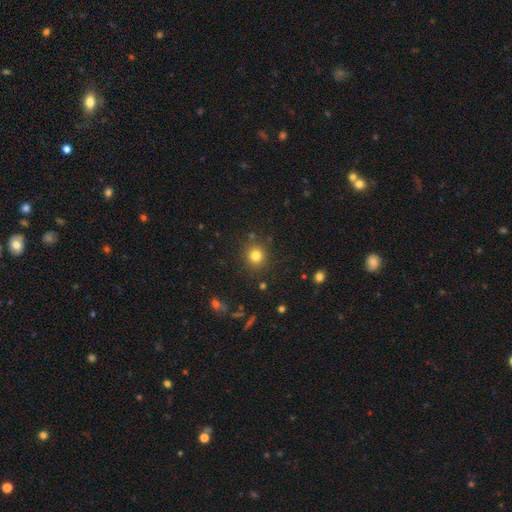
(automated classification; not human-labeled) A smooth galaxy with no disk features (79%) that is round (90%).

Vote fractions:
- Smooth or featured? smooth: 79% / star or artifact: 14% / featured or disk: 7%
- How rounded? round: 90% / in between: 9% / cigar-shaped: 1%
- Merging? none: 87% / minor disturbance: 8% / major disturbance: 3% / merger: 3%